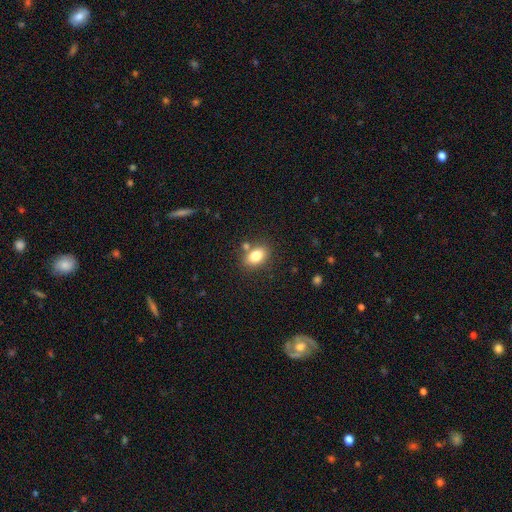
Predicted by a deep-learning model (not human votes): smooth 82%, star or artifact 9%, featured or disk 9%. Down the decision tree: how rounded — in between (81%); merging — none (73%).